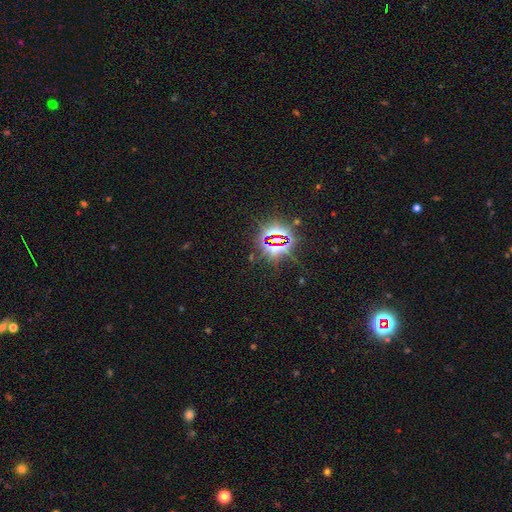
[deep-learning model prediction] The model was most divided on "smooth or featured": star or artifact: 82%, smooth: 10%, featured or disk: 8%.